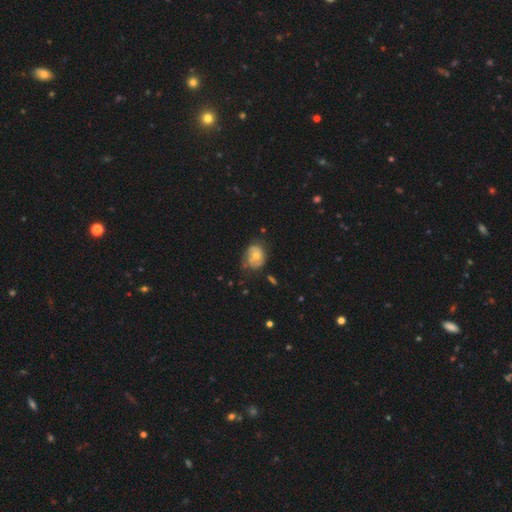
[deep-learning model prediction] Smooth or featured? Predicted: featured or disk (p=0.50). Merging? Predicted: none (p=0.52).